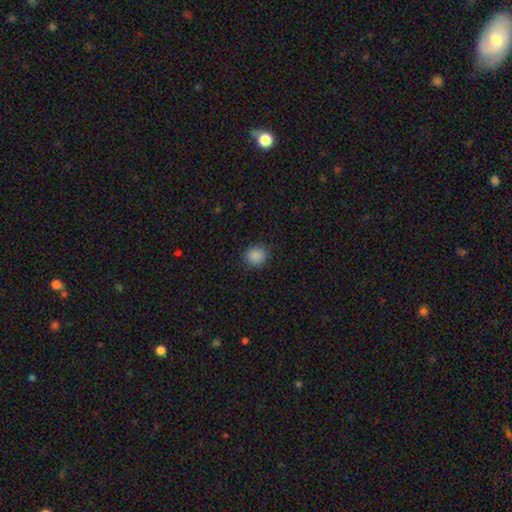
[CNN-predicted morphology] Q: Smooth or featured?
A: smooth (88%); runner-up: star or artifact (10%)
Q: How rounded?
A: round (84%); runner-up: in between (16%)
Q: Merging?
A: none (88%); runner-up: minor disturbance (8%)